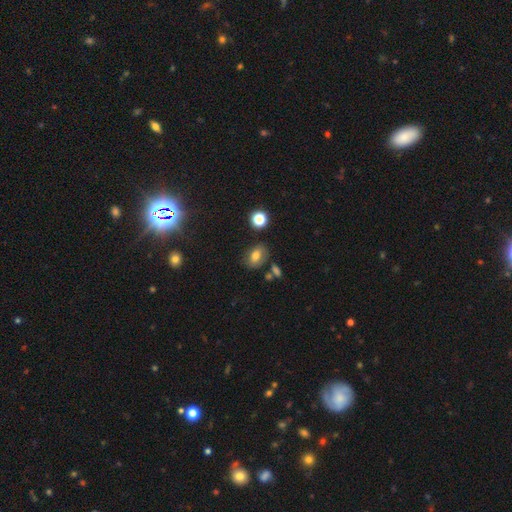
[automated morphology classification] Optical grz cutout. It shows a smooth galaxy with no disk features (73%) that is in between round and cigar-shaped (77%). Merging: none (72%).